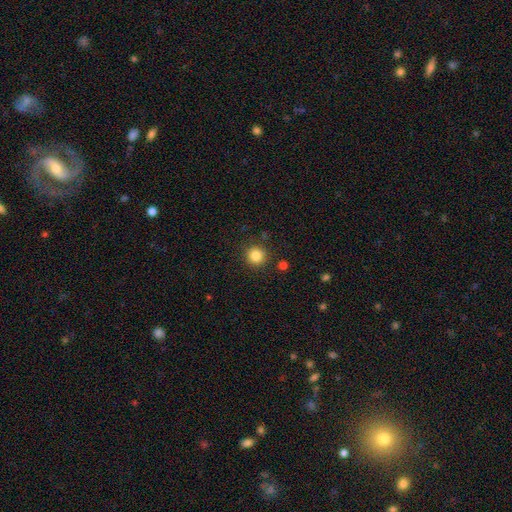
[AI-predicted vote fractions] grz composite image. It shows a smooth galaxy with no disk features (84%) that is round (94%). Merging: none (89%).